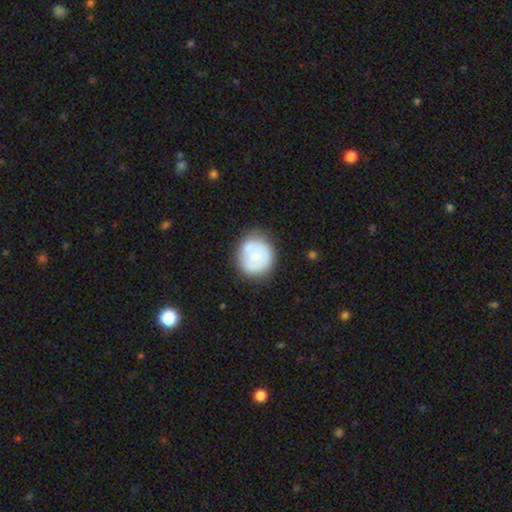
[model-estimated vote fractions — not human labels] This is possibly a smooth galaxy (57%). How rounded: clearly round (85%). Merging: likely none (63%).